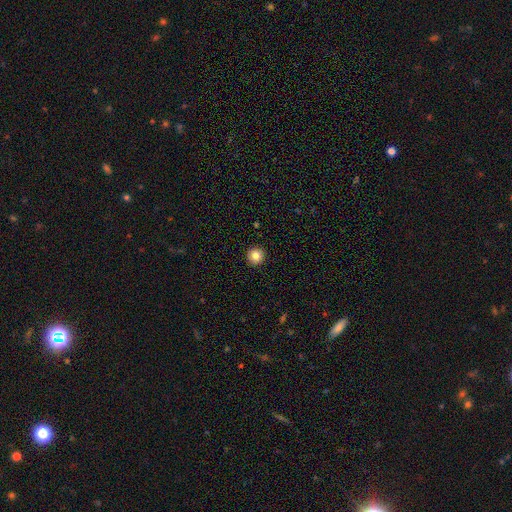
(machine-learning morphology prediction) smooth 83%, star or artifact 10%, featured or disk 7%. Down the decision tree: how rounded — round (95%); merging — none (93%).